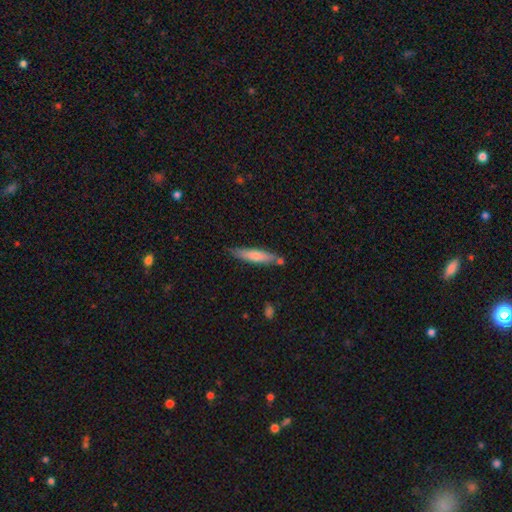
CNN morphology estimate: smooth 70%, featured or disk 24%, star or artifact 6%. Down the decision tree: how rounded — cigar-shaped (84%); merging — none (75%).